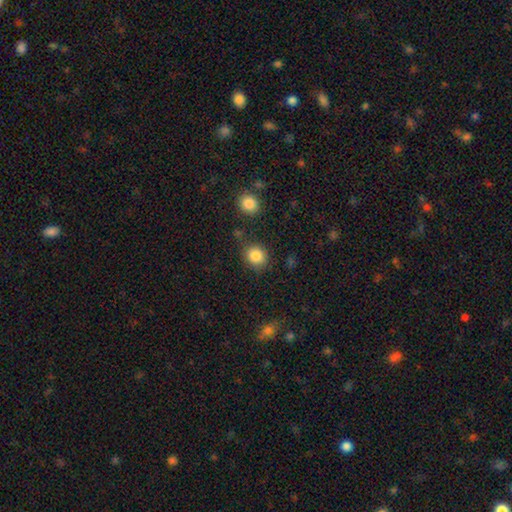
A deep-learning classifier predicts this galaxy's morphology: Smooth or featured? Predicted: smooth (p=0.86). How rounded? Predicted: round (p=0.80). Merging? Predicted: none (p=0.80).